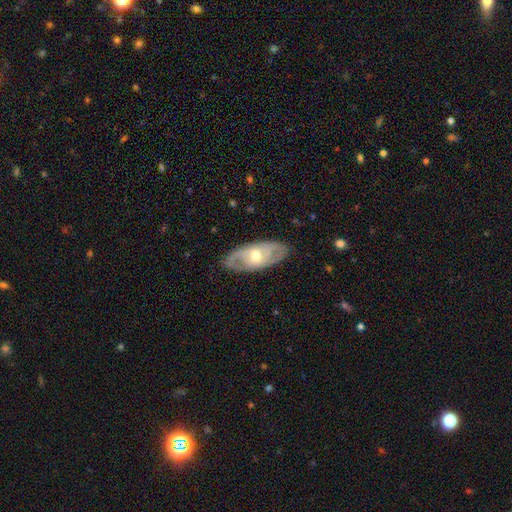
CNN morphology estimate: Q: Smooth or featured?
A: featured or disk (74%); runner-up: smooth (21%)
Q: Edge-on disk?
A: no (86%); runner-up: yes (14%)
Q: Bar?
A: no (65%); runner-up: weak (27%)
Q: Spiral arms?
A: yes (71%); runner-up: no (29%)
Q: Bulge size?
A: moderate (66%); runner-up: small (29%)
Q: Merging?
A: none (82%); runner-up: minor disturbance (14%)